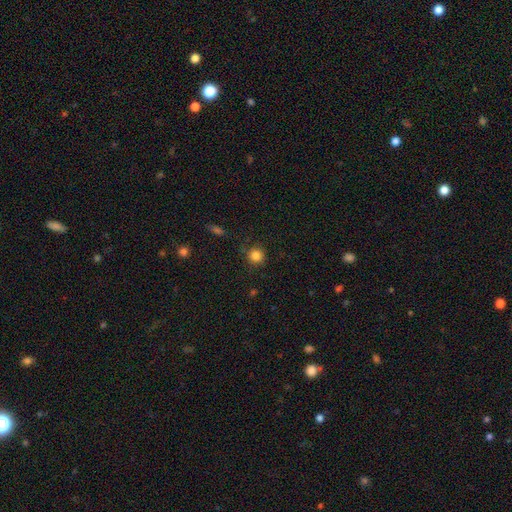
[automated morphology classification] smooth 84%, star or artifact 11%, featured or disk 5%. Down the decision tree: how rounded — round (93%); merging — none (84%).